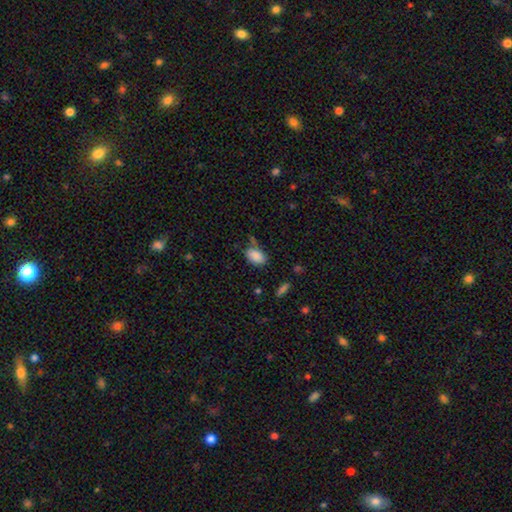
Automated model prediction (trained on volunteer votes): Smooth or featured?
  - smooth: 87% *
  - star or artifact: 8%
  - featured or disk: 5%
How rounded?
  - in between: 90% *
  - round: 8%
  - cigar-shaped: 2%
Merging?
  - none: 64% *
  - minor disturbance: 23%
  - merger: 7%
  - major disturbance: 6%